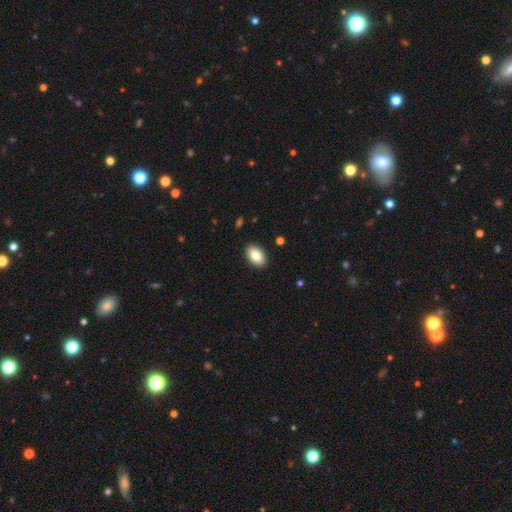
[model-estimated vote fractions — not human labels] Smooth or featured? smooth (84%)
How rounded? in between (92%)
Merging? none (90%)